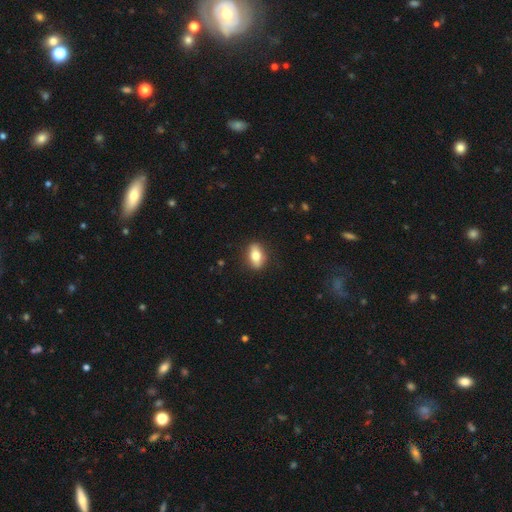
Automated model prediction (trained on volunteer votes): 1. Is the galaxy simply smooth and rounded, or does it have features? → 71% smooth, 22% featured or disk, 7% star or artifact.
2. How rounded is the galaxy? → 79% in between, 11% cigar-shaped, 10% round.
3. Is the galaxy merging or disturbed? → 86% none, 10% minor disturbance, 3% major disturbance, 1% merger.